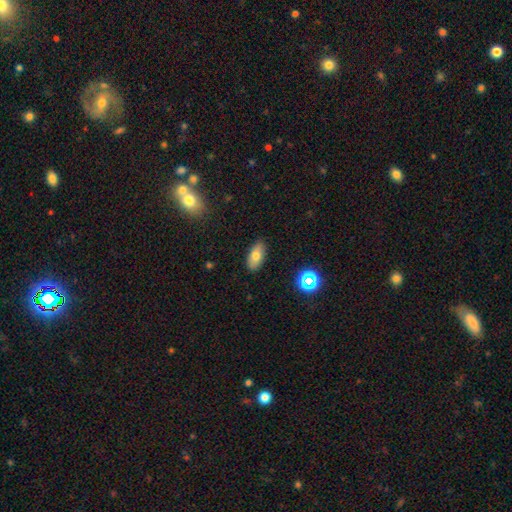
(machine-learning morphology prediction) Smooth or featured?
  - smooth: 75% *
  - featured or disk: 16%
  - star or artifact: 10%
How rounded?
  - in between: 89% *
  - cigar-shaped: 7%
  - round: 4%
Merging?
  - none: 88% *
  - minor disturbance: 9%
  - major disturbance: 2%
  - merger: 1%